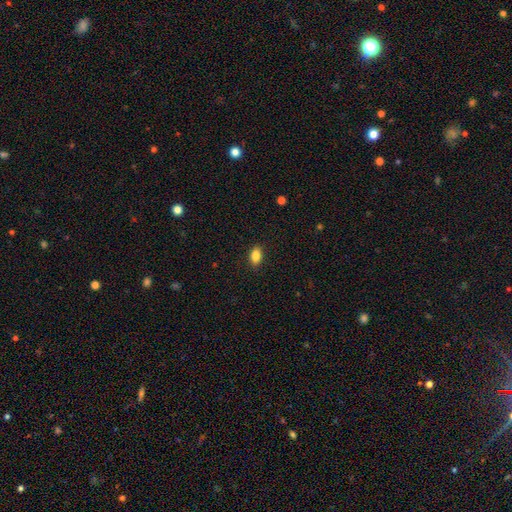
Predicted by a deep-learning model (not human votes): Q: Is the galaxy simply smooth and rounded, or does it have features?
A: smooth — 86%.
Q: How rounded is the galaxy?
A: in between — 86%.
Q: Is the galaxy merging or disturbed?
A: none — 89%.